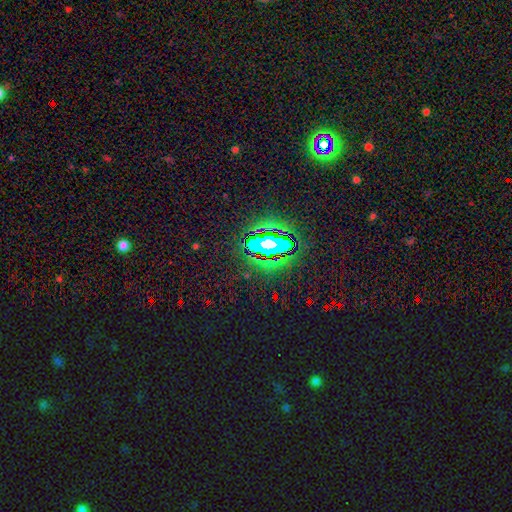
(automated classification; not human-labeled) smooth_or_featured: star or artifact (p=0.76) [alt: smooth p=0.12]